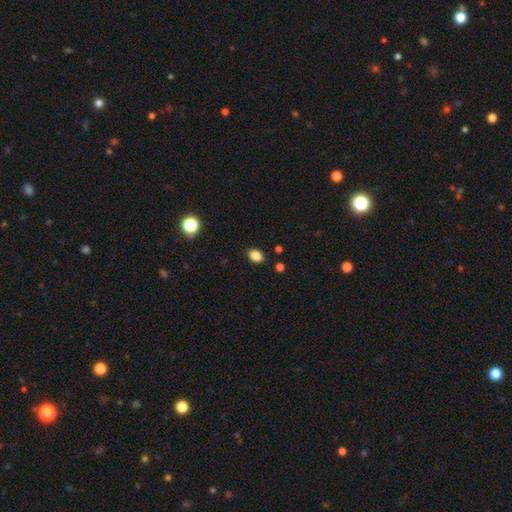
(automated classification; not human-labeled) A smooth galaxy with no disk features (85%) that is in between round and cigar-shaped (77%). Merging: none (87%).